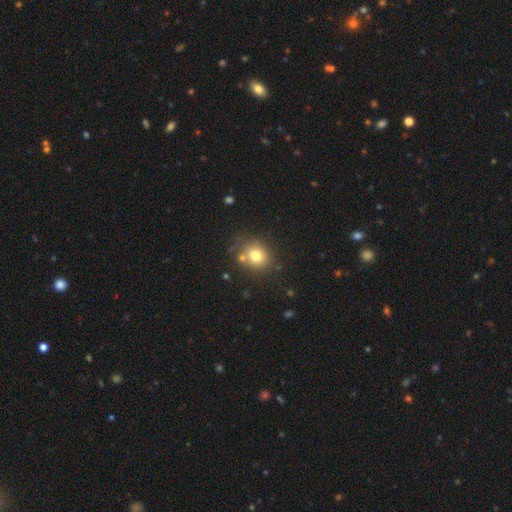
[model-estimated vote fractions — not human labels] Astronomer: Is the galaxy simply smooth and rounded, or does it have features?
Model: smooth — 75%.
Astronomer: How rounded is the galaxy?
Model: round — 75%.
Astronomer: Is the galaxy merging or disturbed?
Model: none — 69%.